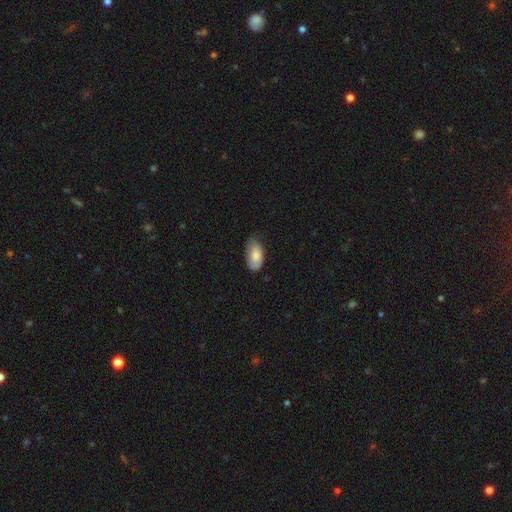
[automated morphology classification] Smooth or featured? Predicted: smooth (p=0.76). How rounded? Predicted: in between (p=0.94). Merging? Predicted: none (p=0.58).